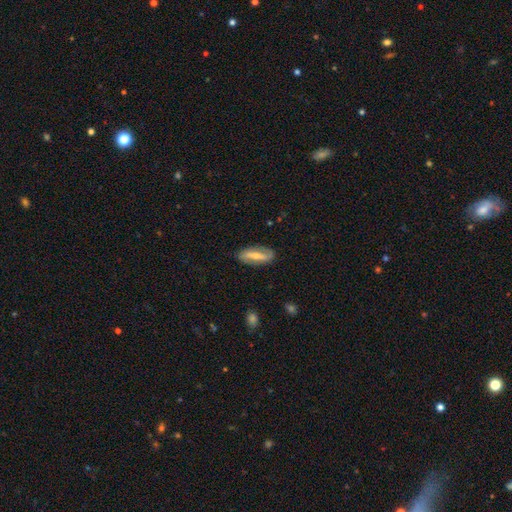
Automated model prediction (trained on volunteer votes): Q: Smooth or featured?
A: featured or disk (61%); runner-up: smooth (33%)
Q: Edge-on disk?
A: no (82%); runner-up: yes (18%)
Q: Bar?
A: strong (58%); runner-up: weak (27%)
Q: Spiral arms?
A: yes (74%); runner-up: no (26%)
Q: Bulge size?
A: moderate (46%); runner-up: small (45%)
Q: Merging?
A: none (84%); runner-up: minor disturbance (12%)